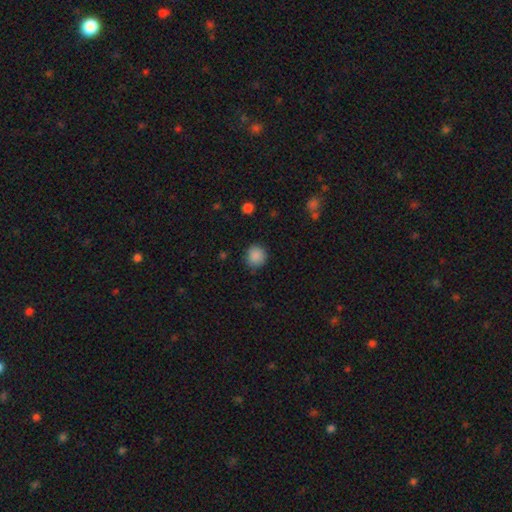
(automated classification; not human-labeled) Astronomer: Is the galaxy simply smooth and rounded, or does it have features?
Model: smooth — 88%.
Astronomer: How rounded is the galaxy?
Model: round — 89%.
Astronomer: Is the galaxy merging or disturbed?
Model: none — 86%.